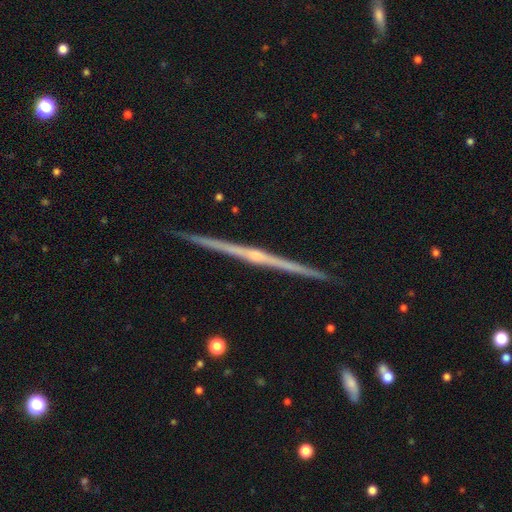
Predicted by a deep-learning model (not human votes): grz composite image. It shows a featured or disk galaxy (86%) viewed edge-on (99%) with a rounded central bulge (62%). Merging: none (93%).